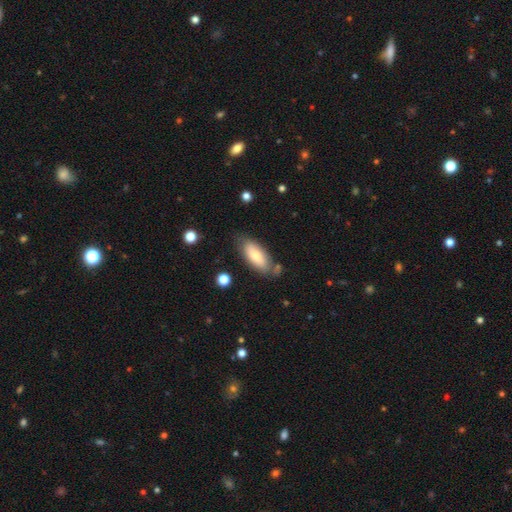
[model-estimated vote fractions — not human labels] Smooth or featured? smooth (73%)
How rounded? in between (81%)
Merging? none (70%)